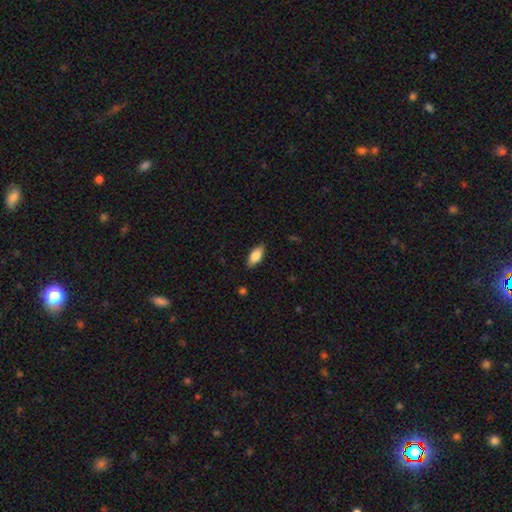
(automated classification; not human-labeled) A smooth galaxy with no disk features (81%) that is in between round and cigar-shaped (87%).

Vote fractions:
- Smooth or featured? smooth: 81% / featured or disk: 13% / star or artifact: 7%
- How rounded? in between: 87% / cigar-shaped: 10% / round: 3%
- Merging? none: 85% / minor disturbance: 11% / major disturbance: 2% / merger: 1%